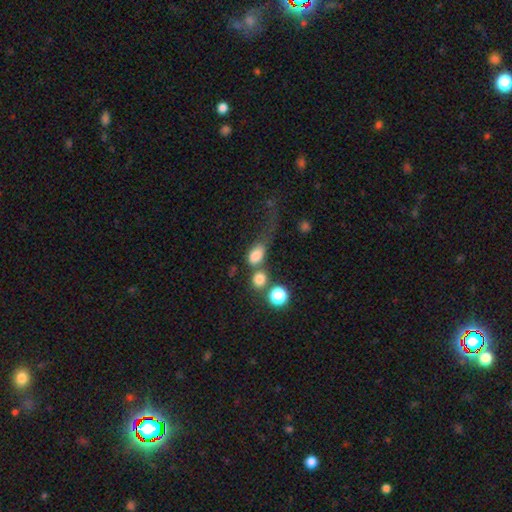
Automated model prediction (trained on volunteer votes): smooth-or-featured: smooth: 79% | star or artifact: 11% | featured or disk: 10%
  how-rounded: in between: 72% | round: 25% | cigar-shaped: 4%
  merging: merger: 39% | none: 31% | major disturbance: 17% | minor disturbance: 13%